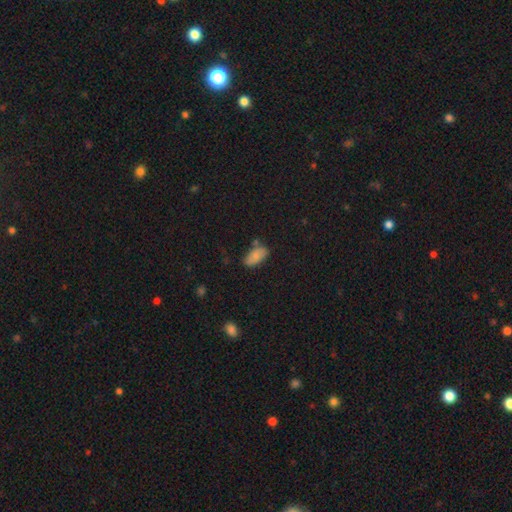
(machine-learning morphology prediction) smooth_or_featured: smooth (p=0.75) [alt: featured or disk p=0.16]
how_rounded: in between (p=0.93) [alt: cigar-shaped p=0.04]
merging: none (p=0.63) [alt: minor disturbance p=0.24]